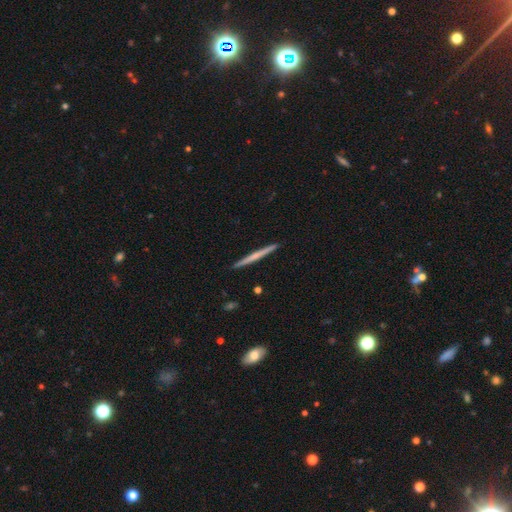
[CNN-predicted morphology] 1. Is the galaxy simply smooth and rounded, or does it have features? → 55% featured or disk, 40% smooth, 5% star or artifact.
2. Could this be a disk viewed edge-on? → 98% yes, 2% no.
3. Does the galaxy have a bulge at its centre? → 64% none, 30% rounded, 6% boxy.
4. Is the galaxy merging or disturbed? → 93% none, 5% minor disturbance, 1% major disturbance, 1% merger.